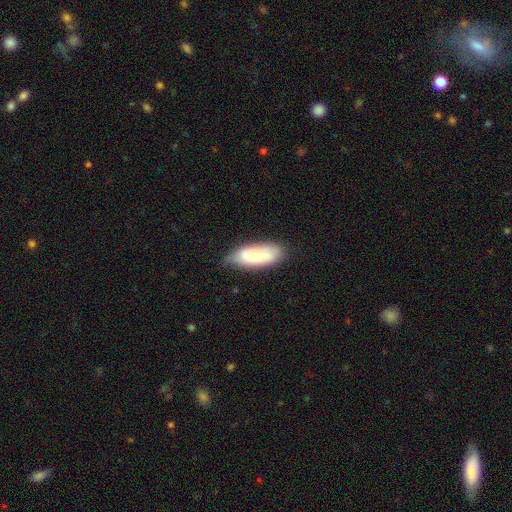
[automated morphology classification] Smooth or featured? smooth (74%)
How rounded? in between (75%)
Merging? none (68%)